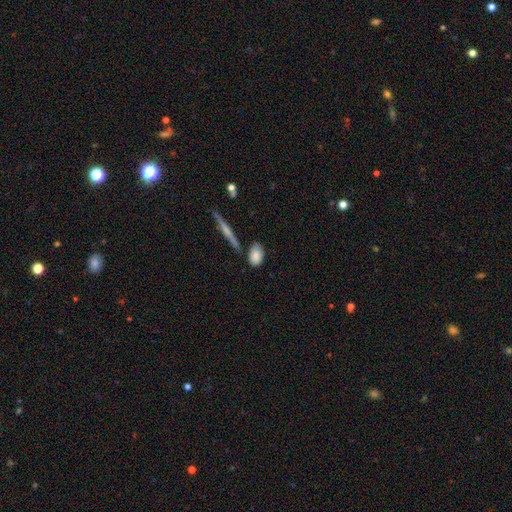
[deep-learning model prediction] The model was most divided on "merging": none: 68%, minor disturbance: 18%, merger: 9%, major disturbance: 5%. More confident: smooth or featured — smooth (85%); how rounded — in between (83%).